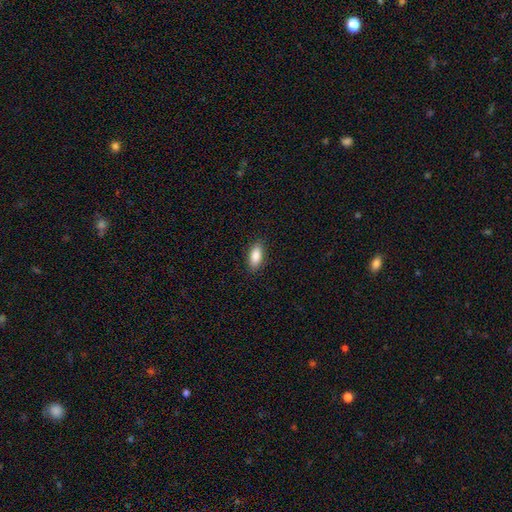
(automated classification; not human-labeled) smooth 87%, featured or disk 7%, star or artifact 6%. Down the decision tree: how rounded — in between (88%); merging — none (88%).